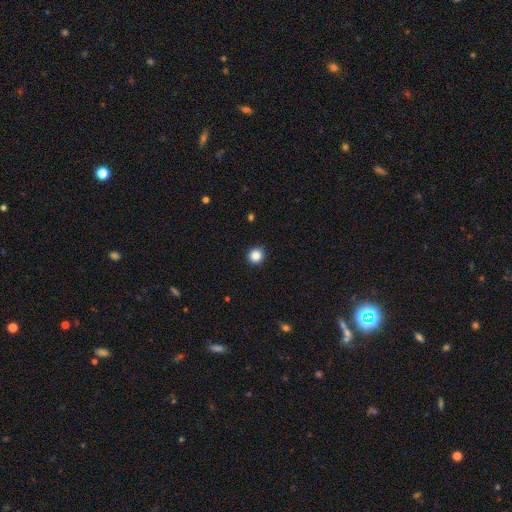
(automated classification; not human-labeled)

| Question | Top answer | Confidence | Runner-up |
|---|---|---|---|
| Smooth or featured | smooth | 87% | star or artifact (10%) |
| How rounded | round | 93% | in between (6%) |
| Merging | none | 91% | minor disturbance (6%) |